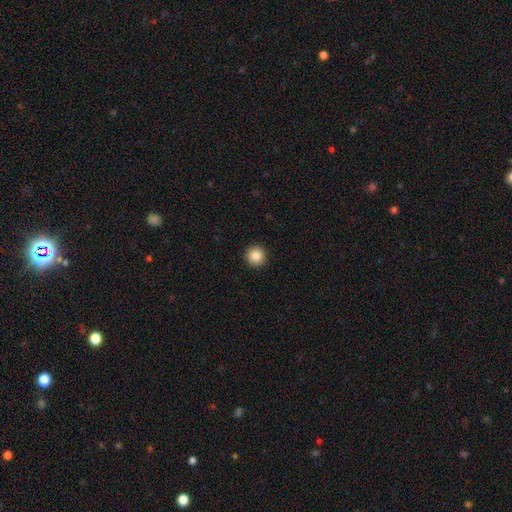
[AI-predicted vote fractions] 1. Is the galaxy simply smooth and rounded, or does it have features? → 86% smooth, 9% star or artifact, 5% featured or disk.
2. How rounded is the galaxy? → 96% round, 3% in between, 1% cigar-shaped.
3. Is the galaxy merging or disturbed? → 93% none, 4% minor disturbance, 1% major disturbance, 1% merger.